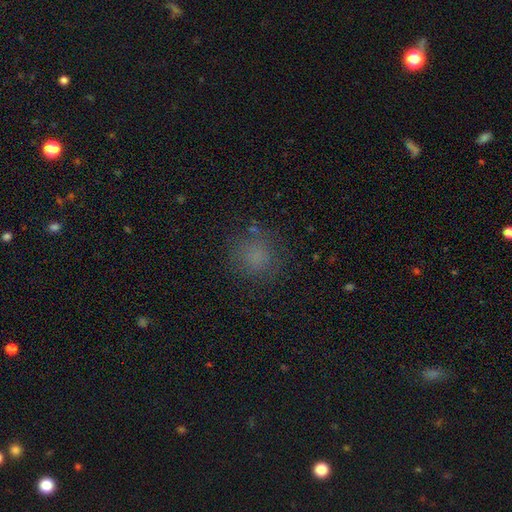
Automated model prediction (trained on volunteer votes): smooth 73%, star or artifact 18%, featured or disk 9%. Down the decision tree: how rounded — round (87%); merging — none (78%).